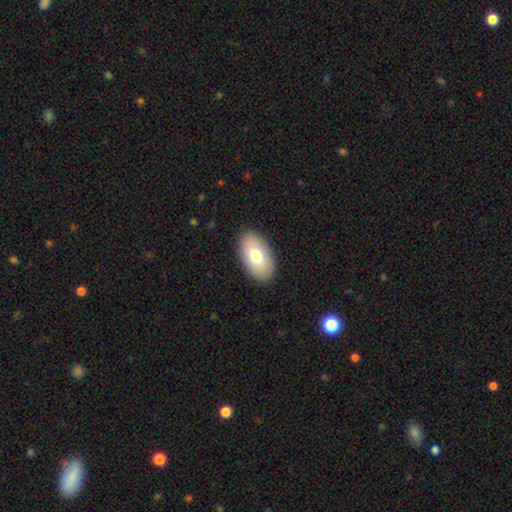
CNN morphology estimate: Q: Smooth or featured?
A: smooth (74%); runner-up: featured or disk (20%)
Q: How rounded?
A: in between (94%); runner-up: round (4%)
Q: Merging?
A: none (89%); runner-up: minor disturbance (8%)